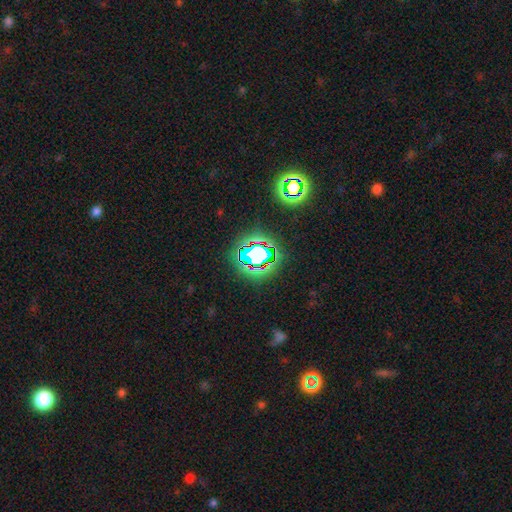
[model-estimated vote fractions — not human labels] The model was most divided on "smooth or featured": star or artifact: 61%, smooth: 25%, featured or disk: 14%.